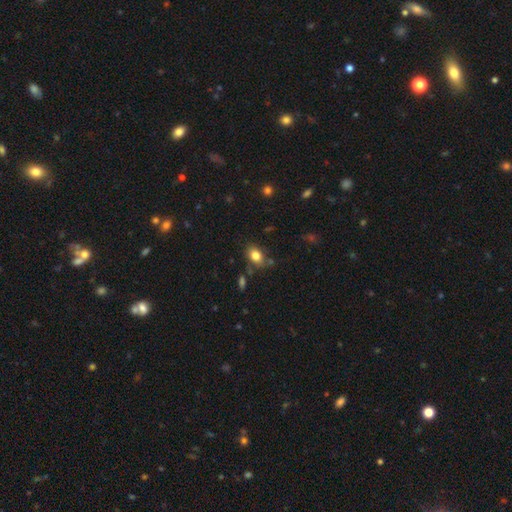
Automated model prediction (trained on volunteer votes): Morphology: type=smooth (82%); roundness=in between (75%); merging=none (73%).